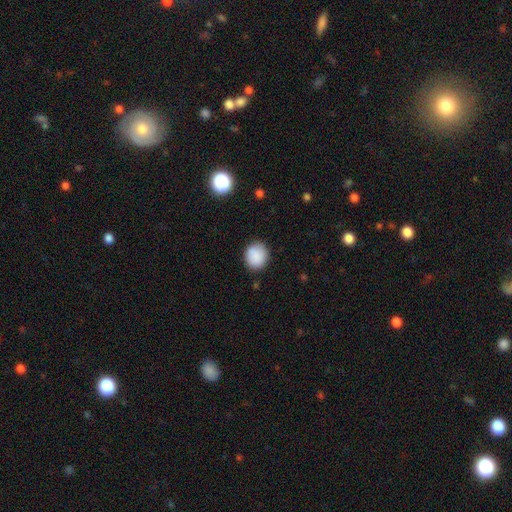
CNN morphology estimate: smooth-or-featured: smooth: 87% | star or artifact: 8% | featured or disk: 4%
  how-rounded: round: 70% | in between: 29% | cigar-shaped: 1%
  merging: none: 84% | minor disturbance: 11% | major disturbance: 3% | merger: 1%